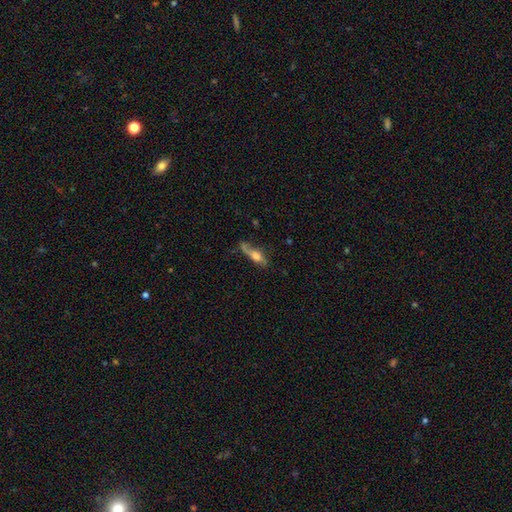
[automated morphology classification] The model was most divided on "how rounded": cigar-shaped: 48%, in between: 47%, round: 5%. Remaining: smooth or featured — smooth (51%); merging — none (47%).